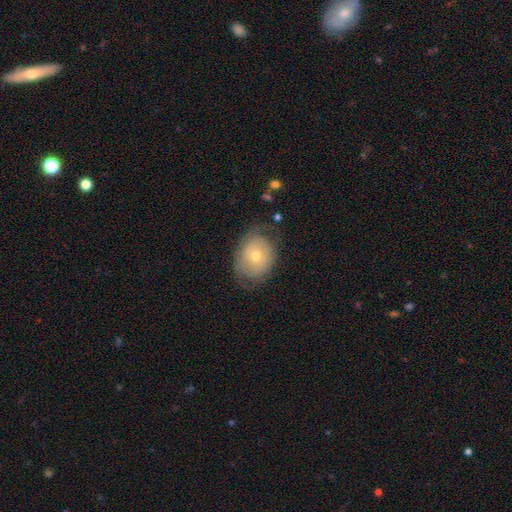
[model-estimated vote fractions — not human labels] Smooth or featured? smooth (52%)
How rounded? round (55%)
Merging? none (63%)